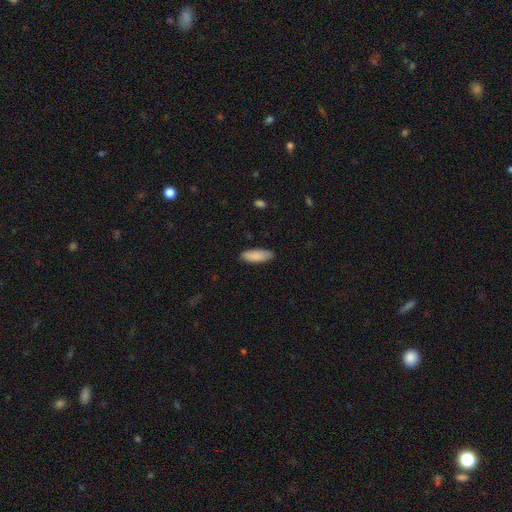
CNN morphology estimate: smooth-or-featured: smooth: 89% | star or artifact: 6% | featured or disk: 5%
  how-rounded: in between: 71% | cigar-shaped: 28% | round: 1%
  merging: none: 86% | minor disturbance: 11% | major disturbance: 2% | merger: 1%